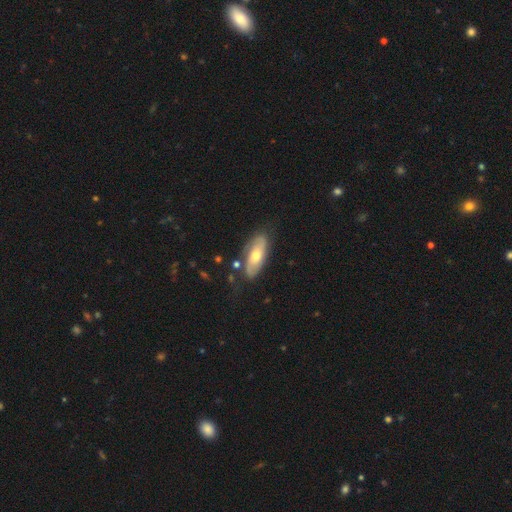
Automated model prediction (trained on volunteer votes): The model was most divided on "smooth or featured": featured or disk: 51%, smooth: 43%, star or artifact: 6%. More confident: edge-on disk — no (81%); merging — none (73%).